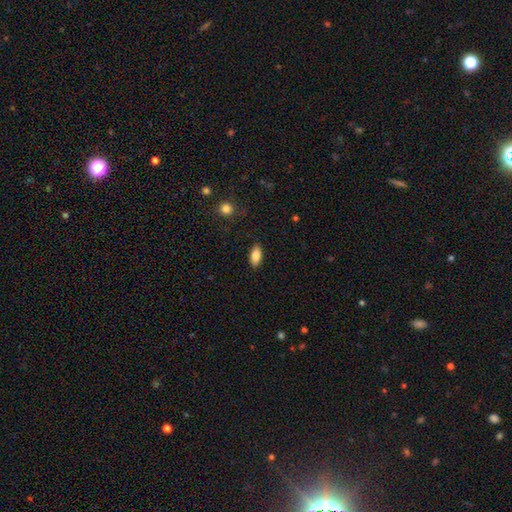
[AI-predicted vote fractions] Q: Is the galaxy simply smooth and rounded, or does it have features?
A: smooth — 86%.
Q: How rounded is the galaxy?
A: in between — 90%.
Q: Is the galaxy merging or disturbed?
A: none — 87%.